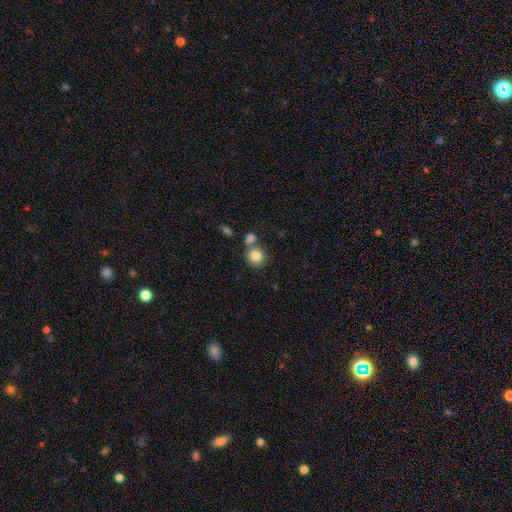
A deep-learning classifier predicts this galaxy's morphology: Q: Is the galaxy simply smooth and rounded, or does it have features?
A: smooth — 83%.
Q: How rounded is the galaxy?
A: round — 88%.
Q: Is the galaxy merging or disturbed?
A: none — 62%.